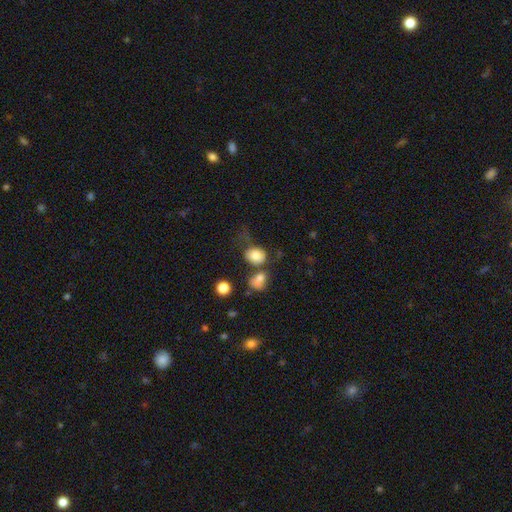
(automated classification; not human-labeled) smooth_or_featured: smooth (p=0.81) [alt: star or artifact p=0.10]
how_rounded: round (p=0.51) [alt: in between p=0.48]
merging: none (p=0.46) [alt: merger p=0.24]